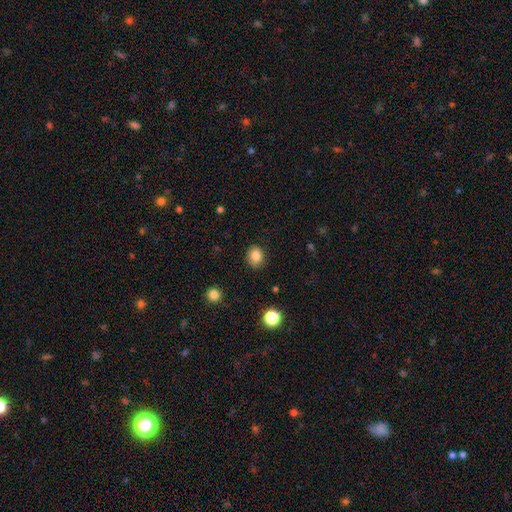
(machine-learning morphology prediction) A smooth galaxy with no disk features (84%) that is round (59%). Merging: none (82%).